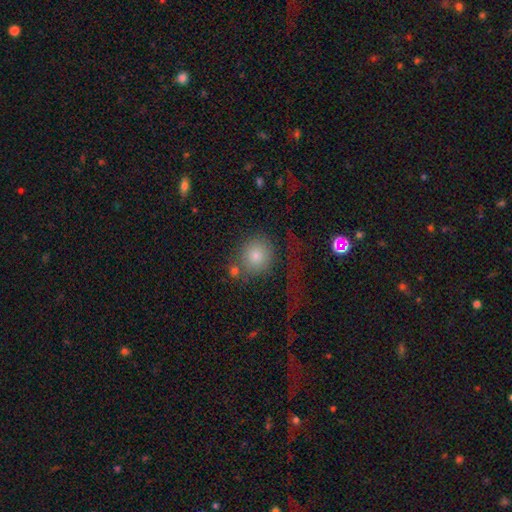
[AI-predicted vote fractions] Morphology: type=smooth (71%); roundness=round (87%); merging=none (52%).